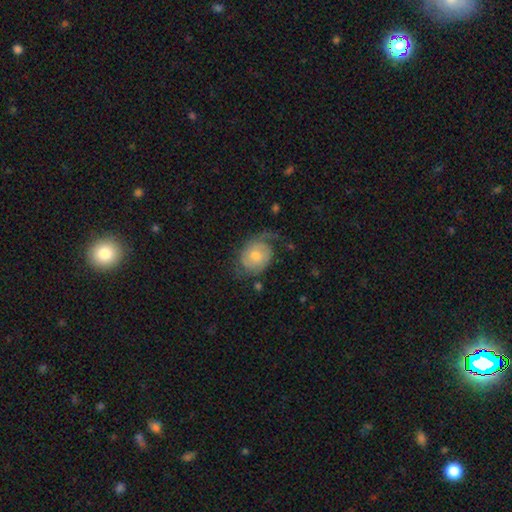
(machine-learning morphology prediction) smooth_or_featured: featured or disk (p=0.61) [alt: smooth p=0.31]
disk_edge_on: no (p=0.97) [alt: yes p=0.03]
bar: no (p=0.76) [alt: weak p=0.21]
has_spiral_arms: yes (p=0.85) [alt: no p=0.15]
spiral_winding: medium (p=0.34) [alt: loose p=0.33]
spiral_arm_count: 2 (p=0.49) [alt: 1 p=0.32]
bulge_size: moderate (p=0.52) [alt: small p=0.41]
merging: none (p=0.50) [alt: minor disturbance p=0.25]